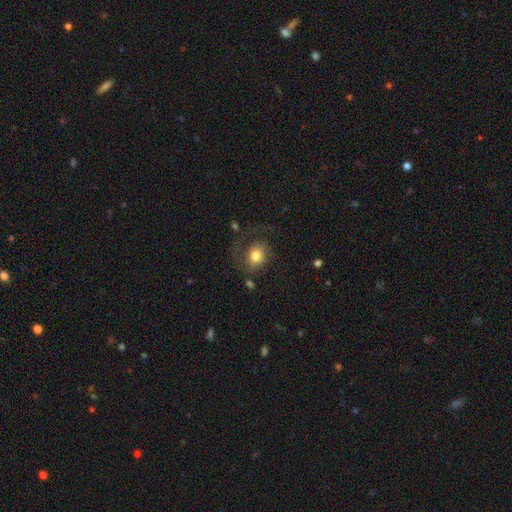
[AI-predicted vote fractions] Overall: smooth (64%; featured or disk 28%). How rounded: round (65%; in between 34%). Merging: none (46%; major disturbance 33%).